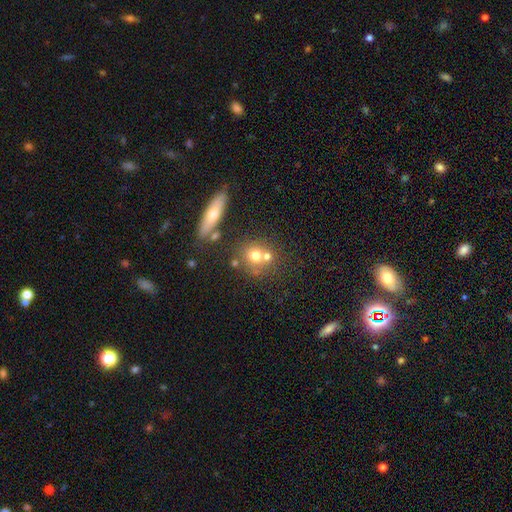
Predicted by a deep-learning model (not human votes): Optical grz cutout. It shows a smooth galaxy with no disk features (66%) that is round (79%). Merging: none (50%).